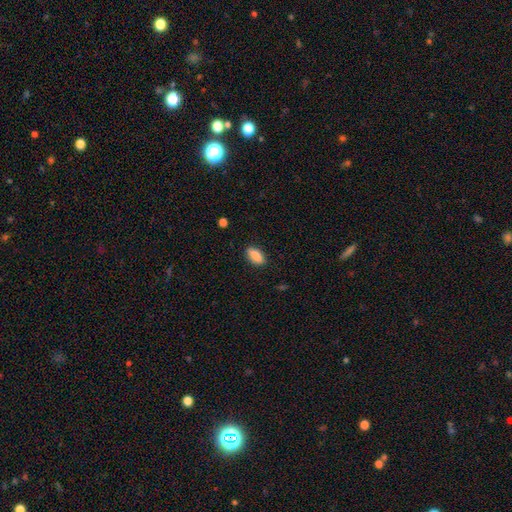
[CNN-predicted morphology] Smooth or featured? smooth (86%)
How rounded? in between (84%)
Merging? none (86%)